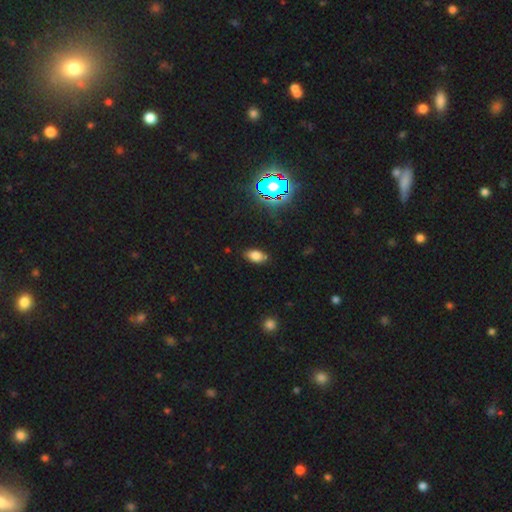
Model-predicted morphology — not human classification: Q: Smooth or featured?
A: smooth (77%); runner-up: star or artifact (14%)
Q: How rounded?
A: in between (90%); runner-up: round (5%)
Q: Merging?
A: none (85%); runner-up: minor disturbance (11%)